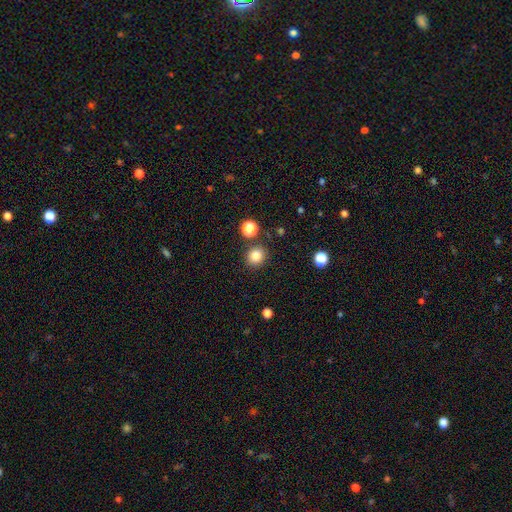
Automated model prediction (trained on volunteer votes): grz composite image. It shows a smooth galaxy with no disk features (82%) that is round (86%). Merging: none (85%).